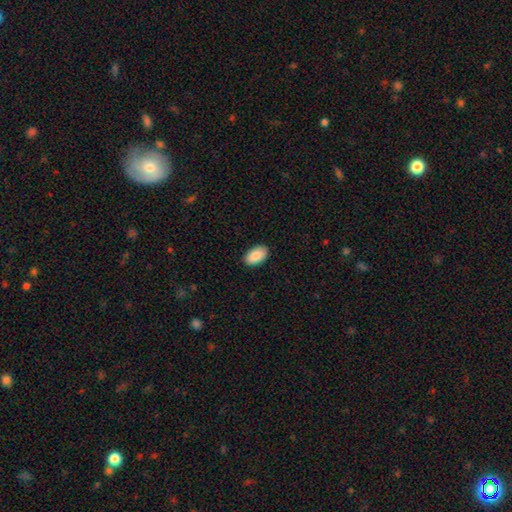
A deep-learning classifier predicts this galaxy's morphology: This appears to be a smooth galaxy with no disk features (89%) that is in between round and cigar-shaped (95%). Merging: none (89%).